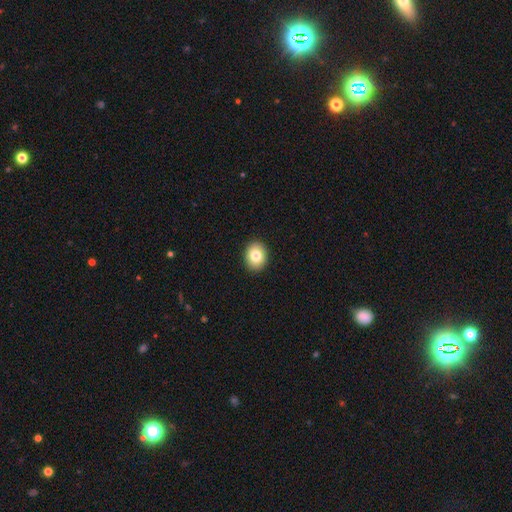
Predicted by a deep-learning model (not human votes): smooth-or-featured: smooth: 81% | featured or disk: 10% | star or artifact: 9%
  how-rounded: in between: 50% | round: 49% | cigar-shaped: 1%
  merging: none: 92% | minor disturbance: 6% | major disturbance: 2% | merger: 1%